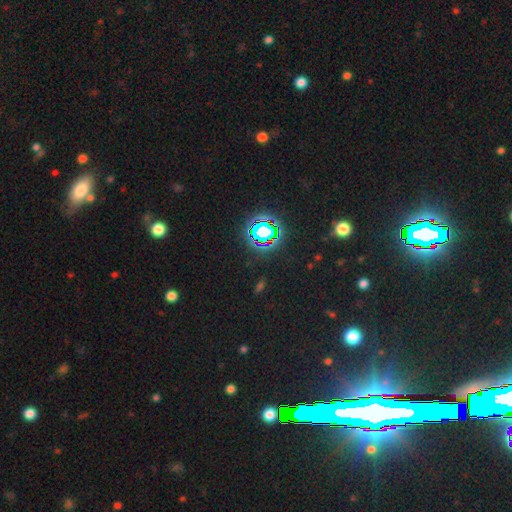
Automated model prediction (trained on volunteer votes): Smooth or featured? star or artifact (81%)